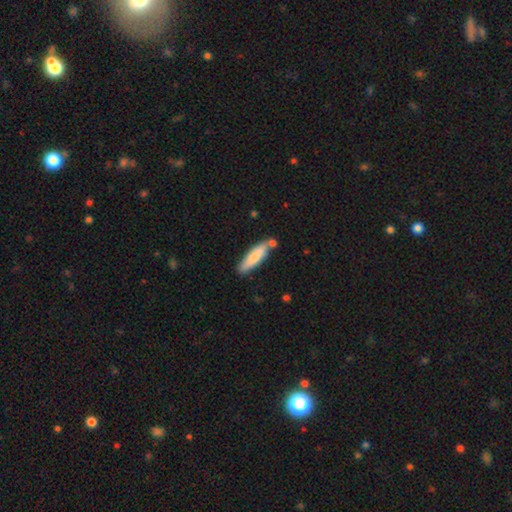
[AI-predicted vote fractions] smooth 79%, featured or disk 15%, star or artifact 5%. Down the decision tree: how rounded — cigar-shaped (67%); merging — none (73%).